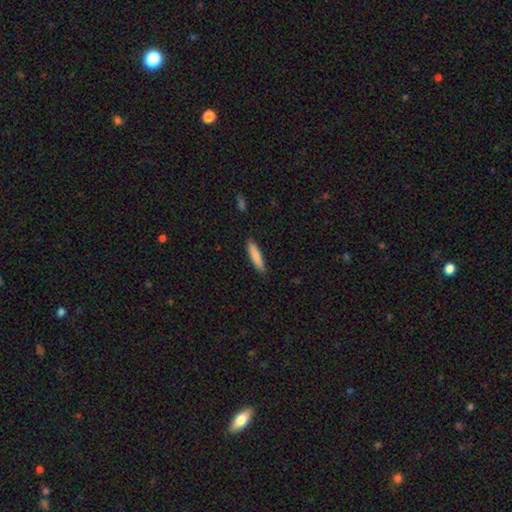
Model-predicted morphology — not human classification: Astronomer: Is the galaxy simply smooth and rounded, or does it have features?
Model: smooth — 84%.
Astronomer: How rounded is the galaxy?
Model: cigar-shaped — 84%.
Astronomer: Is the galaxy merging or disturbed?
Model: none — 88%.